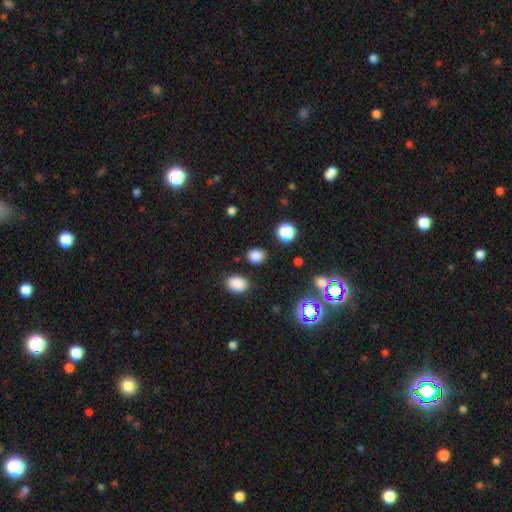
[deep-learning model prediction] smooth_or_featured: smooth (p=0.82) [alt: star or artifact p=0.14]
how_rounded: in between (p=0.50) [alt: round p=0.49]
merging: none (p=0.84) [alt: minor disturbance p=0.09]